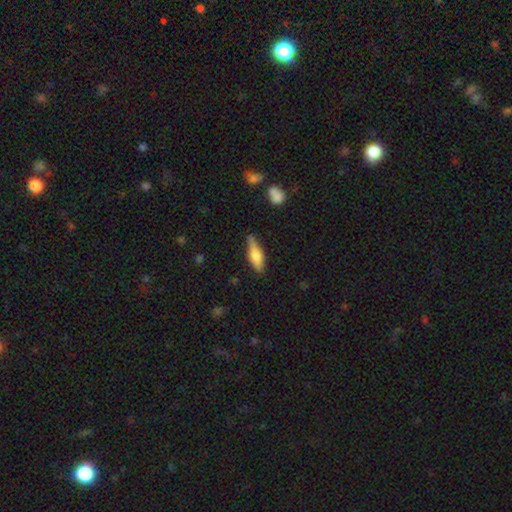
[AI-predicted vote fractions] Smooth or featured? Predicted: smooth (p=0.54). How rounded? Predicted: cigar-shaped (p=0.59). Merging? Predicted: none (p=0.76).